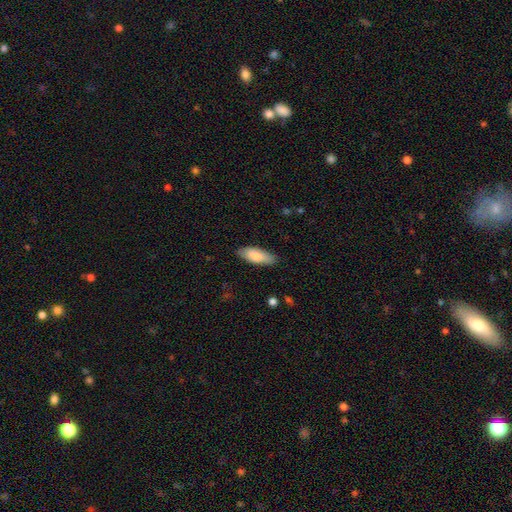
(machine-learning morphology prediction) smooth 84%, featured or disk 10%, star or artifact 6%. Down the decision tree: how rounded — in between (70%); merging — none (82%).